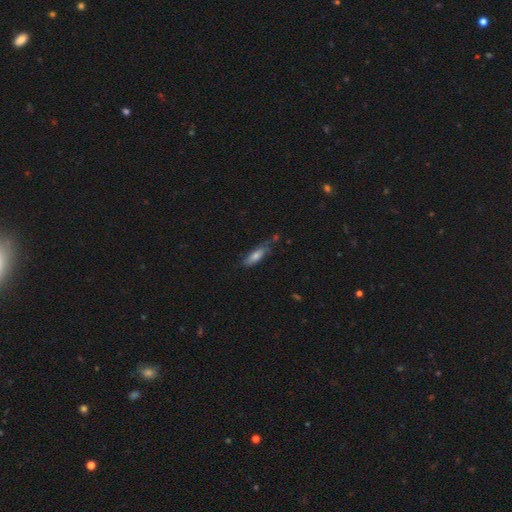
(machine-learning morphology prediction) smooth 64%, featured or disk 28%, star or artifact 8%. Down the decision tree: how rounded — cigar-shaped (51%); merging — none (62%).